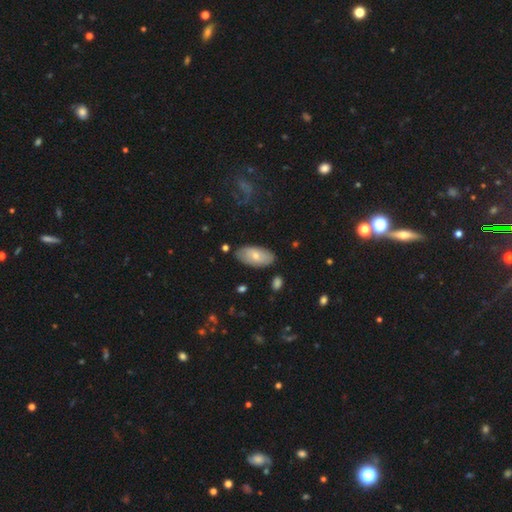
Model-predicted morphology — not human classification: smooth 67%, featured or disk 27%, star or artifact 6%. Down the decision tree: how rounded — in between (93%); merging — none (78%).